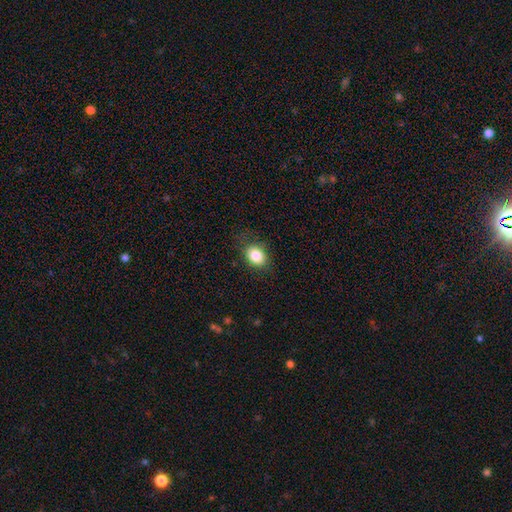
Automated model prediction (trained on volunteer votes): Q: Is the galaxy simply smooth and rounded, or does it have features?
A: smooth — 84%.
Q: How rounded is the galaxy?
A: in between — 62%.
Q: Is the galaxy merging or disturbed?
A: none — 79%.